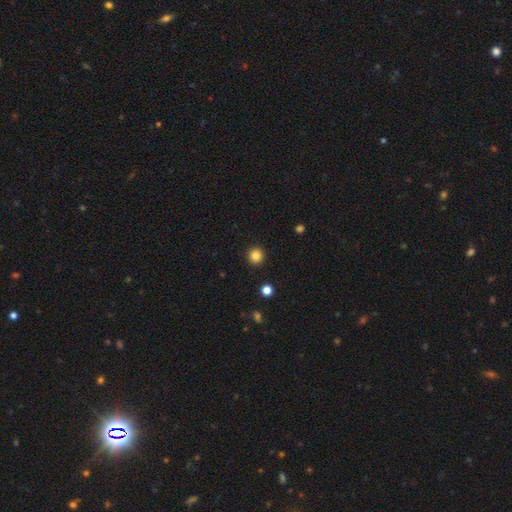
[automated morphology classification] A smooth galaxy with no disk features (85%) that is round (95%). Merging: none (93%).